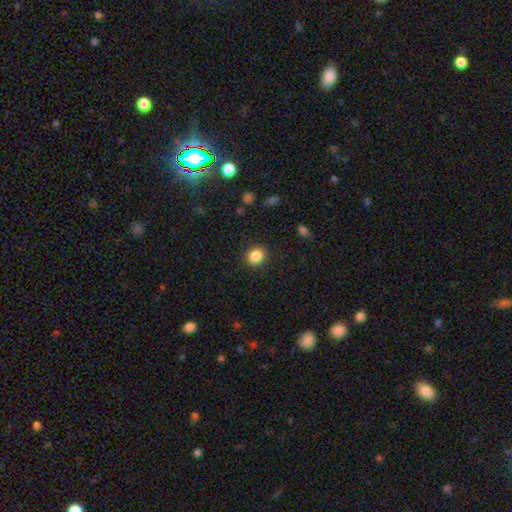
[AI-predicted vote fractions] smooth 86%, star or artifact 10%, featured or disk 4%. Down the decision tree: how rounded — round (70%); merging — none (90%).